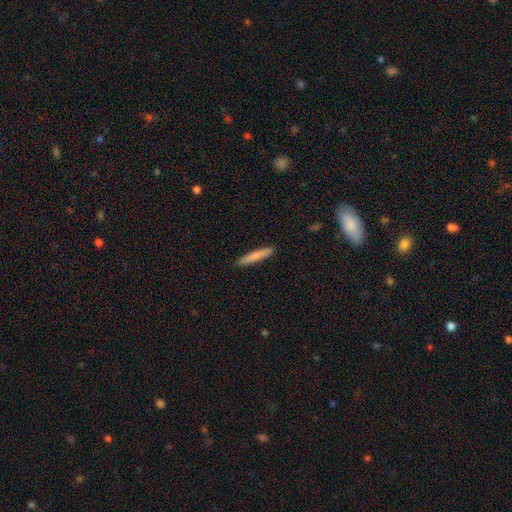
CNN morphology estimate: A smooth galaxy with no disk features (81%) that is cigar-shaped (94%). Merging: none (91%).